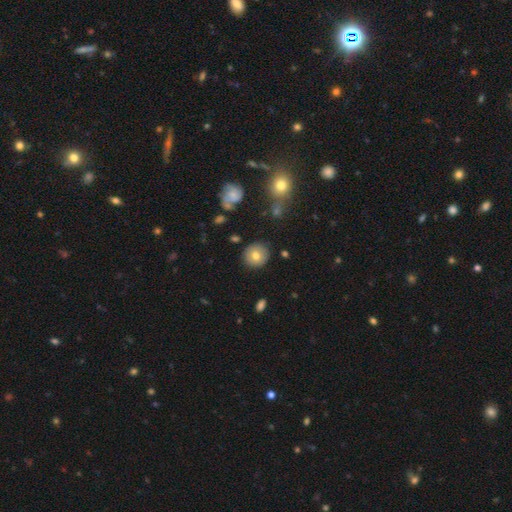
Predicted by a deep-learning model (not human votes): A smooth galaxy with no disk features (71%) that is round (90%).

Vote fractions:
- Smooth or featured? smooth: 71% / featured or disk: 19% / star or artifact: 9%
- How rounded? round: 90% / in between: 9% / cigar-shaped: 1%
- Merging? none: 88% / minor disturbance: 8% / major disturbance: 2% / merger: 2%